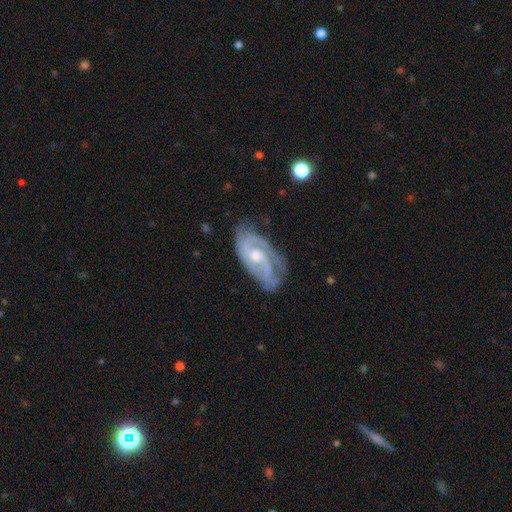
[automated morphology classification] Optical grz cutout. It shows a featured or disk galaxy (87%) with no bar (63%), 2 (43%) tight (54%) spiral arms (96%) and a moderate central bulge (59%). Merging: none (67%).